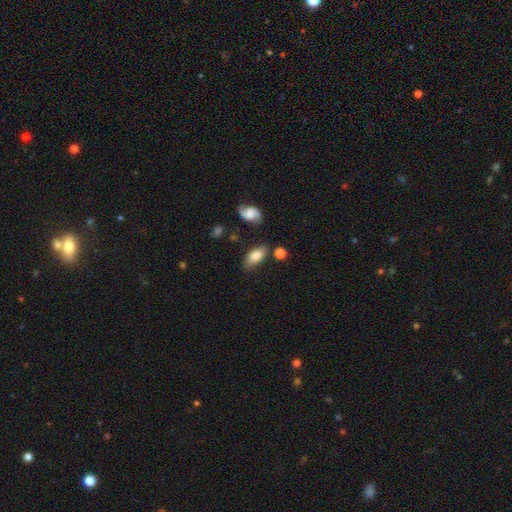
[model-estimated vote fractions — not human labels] Smooth or featured? smooth (77%)
How rounded? in between (88%)
Merging? none (73%)